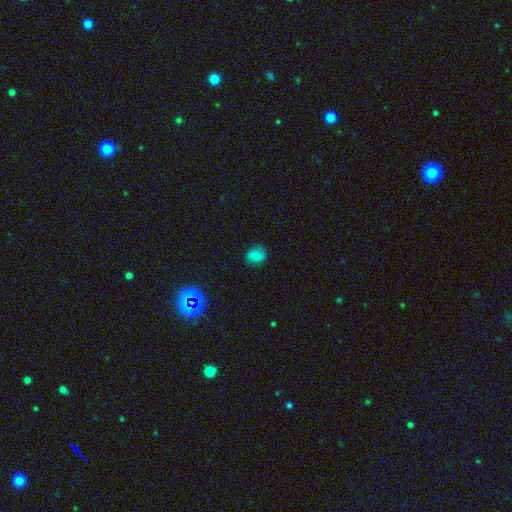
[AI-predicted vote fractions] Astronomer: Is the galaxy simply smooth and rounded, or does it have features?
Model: smooth — 74%.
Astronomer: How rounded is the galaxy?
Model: round — 56% (runner-up: in between, 42%).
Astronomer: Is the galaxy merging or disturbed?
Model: none — 78%.